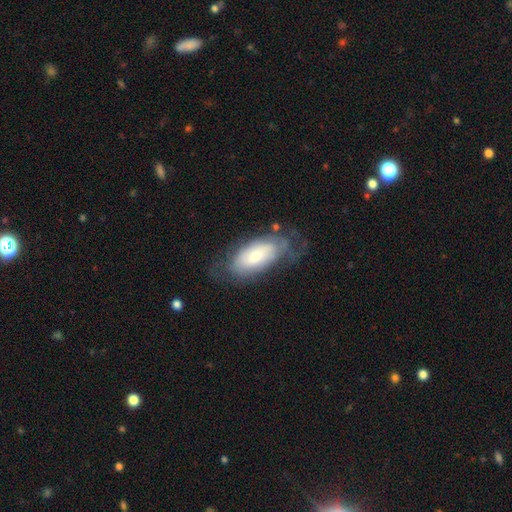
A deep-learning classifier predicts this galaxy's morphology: smooth_or_featured: smooth (p=0.52) [alt: featured or disk p=0.41]
how_rounded: in between (p=0.89) [alt: cigar-shaped p=0.09]
merging: none (p=0.54) [alt: minor disturbance p=0.27]